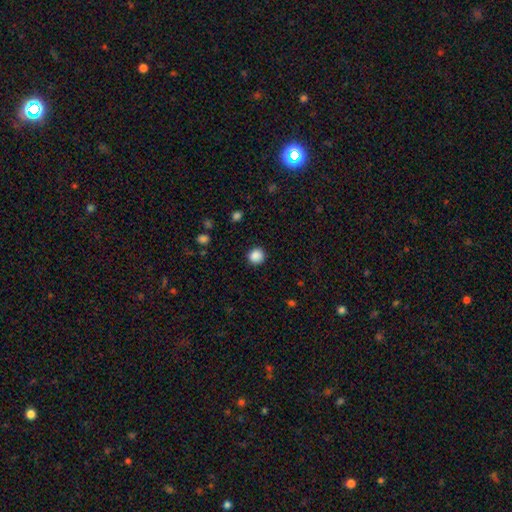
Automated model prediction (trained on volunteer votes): A smooth galaxy with no disk features (87%) that is round (90%). Merging: none (91%).